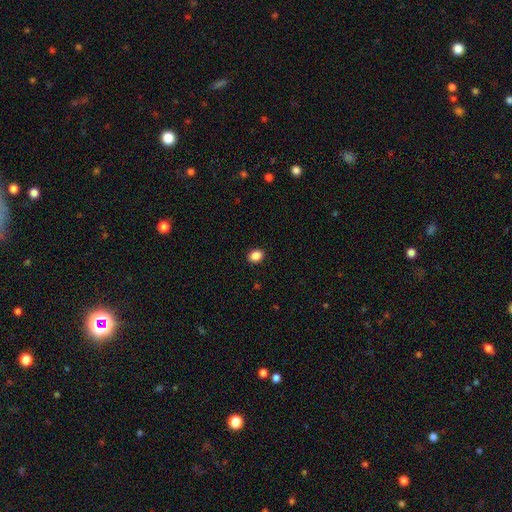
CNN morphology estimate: This appears to be a smooth galaxy with no disk features (88%) that is in between round and cigar-shaped (51%). Merging: none (91%).